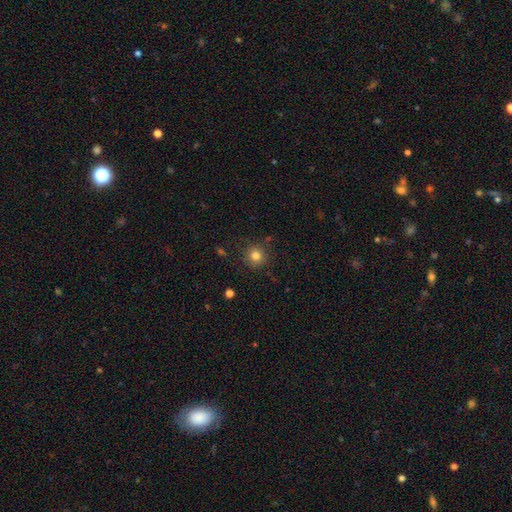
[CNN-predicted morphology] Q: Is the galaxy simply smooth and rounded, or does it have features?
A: smooth — 81%.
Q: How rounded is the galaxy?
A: round — 91%.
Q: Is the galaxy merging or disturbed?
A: none — 85%.